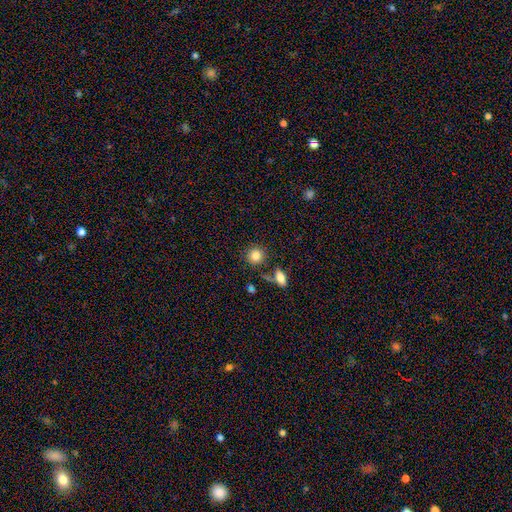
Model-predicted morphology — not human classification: smooth_or_featured: smooth (p=0.84) [alt: star or artifact p=0.10]
how_rounded: round (p=0.89) [alt: in between p=0.10]
merging: none (p=0.78) [alt: minor disturbance p=0.09]